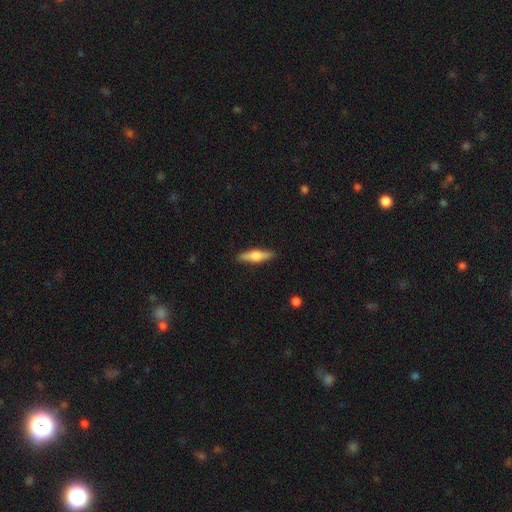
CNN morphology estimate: Smooth or featured? featured or disk (48%)
Merging? none (90%)